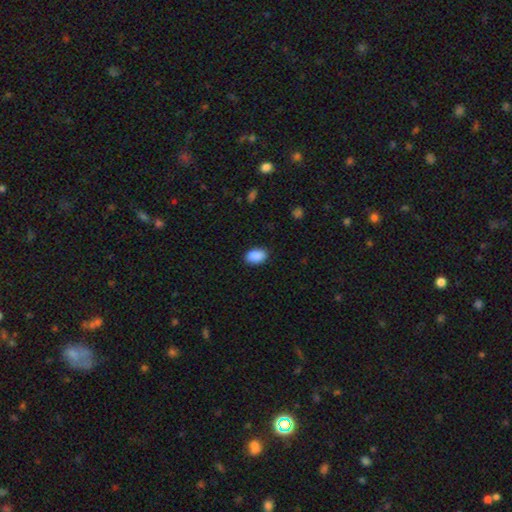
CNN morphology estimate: type=smooth (91%); roundness=in between (91%); merging=none (87%).